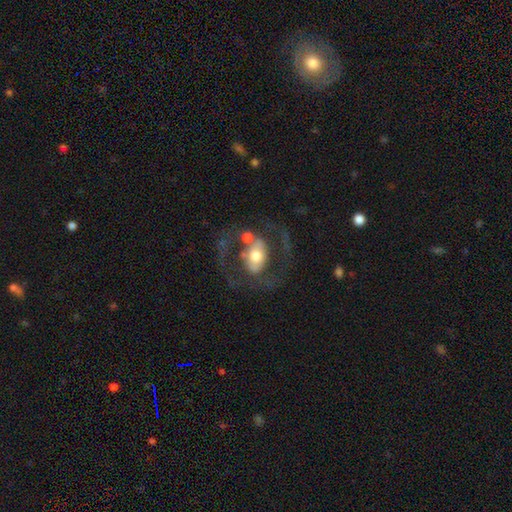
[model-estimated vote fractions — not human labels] The model was most divided on "spiral arms": yes: 52%, no: 48%. Remaining: edge-on disk — no (93%); smooth or featured — featured or disk (64%); bulge size — moderate (64%); merging — none (52%); bar — no (48%).